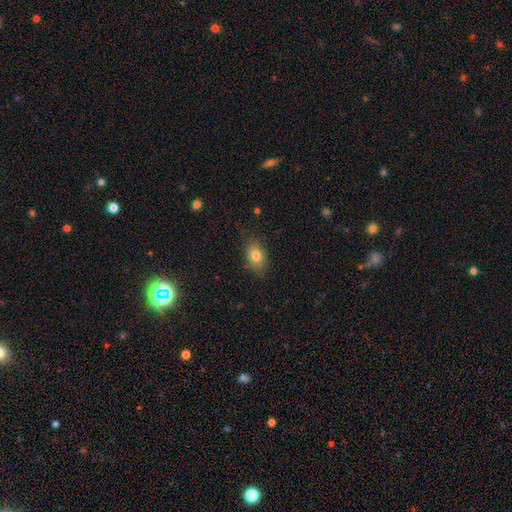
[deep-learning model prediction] Morphology: type=smooth (80%); roundness=in between (82%); merging=none (78%).